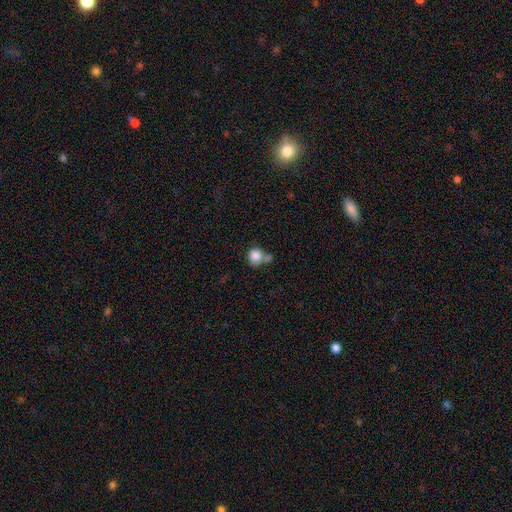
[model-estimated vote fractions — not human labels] Smooth or featured? smooth (85%)
How rounded? round (85%)
Merging? none (46%)